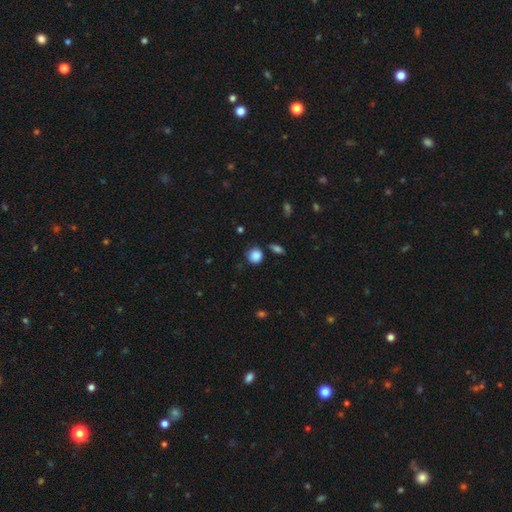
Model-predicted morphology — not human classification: The model was most divided on "merging": none: 75%, minor disturbance: 16%, merger: 5%, major disturbance: 4%. More confident: how rounded — round (88%); smooth or featured — smooth (86%).